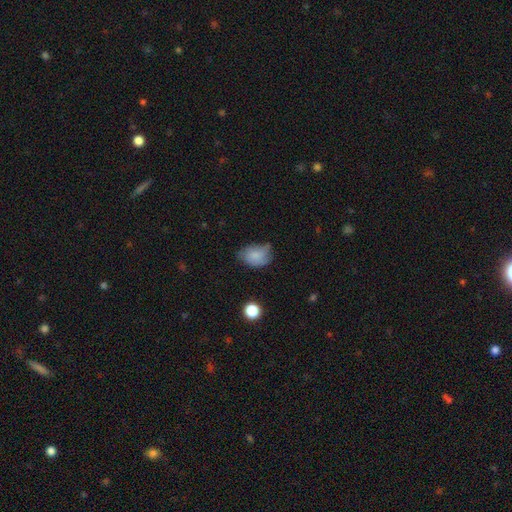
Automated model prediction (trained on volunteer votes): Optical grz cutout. It shows a smooth galaxy with no disk features (73%) that is in between round and cigar-shaped (75%). Merging: none (46%).